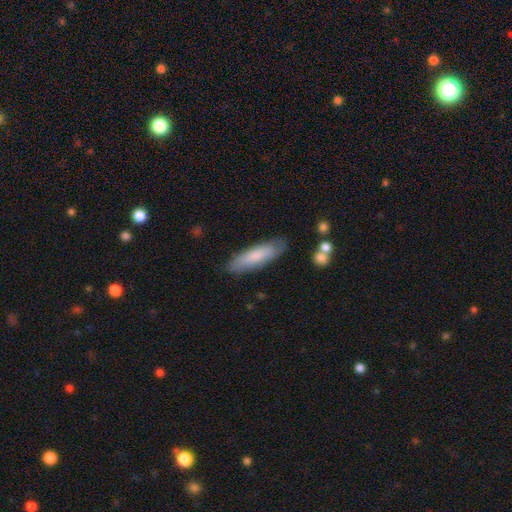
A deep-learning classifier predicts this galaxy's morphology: smooth_or_featured: smooth (p=0.74) [alt: featured or disk p=0.20]
how_rounded: cigar-shaped (p=0.62) [alt: in between p=0.37]
merging: none (p=0.80) [alt: minor disturbance p=0.14]